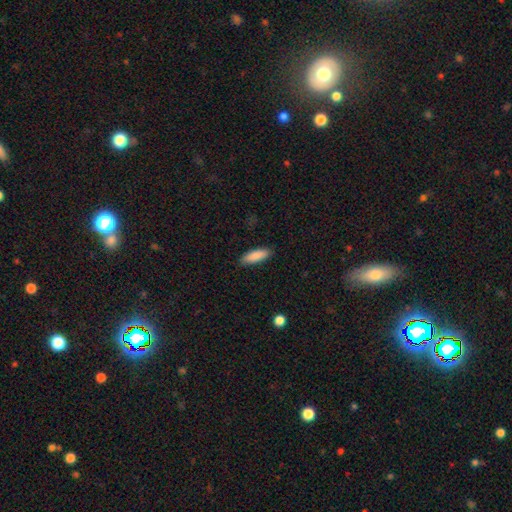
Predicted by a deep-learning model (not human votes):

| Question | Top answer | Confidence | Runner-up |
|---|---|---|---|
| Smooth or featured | smooth | 88% | featured or disk (6%) |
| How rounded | in between | 55% | cigar-shaped (43%) |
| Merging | none | 88% | minor disturbance (9%) |